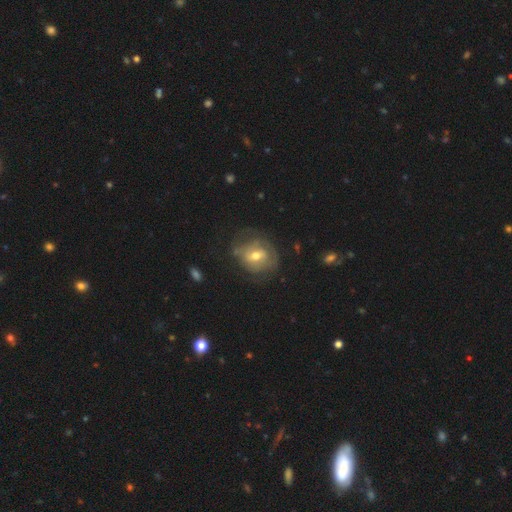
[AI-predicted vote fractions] The model was most divided on "bar": weak: 45%, no: 39%, strong: 16%. More confident: edge-on disk — no (95%); bulge size — moderate (71%); smooth or featured — featured or disk (59%); spiral arms — yes (58%); merging — none (55%).